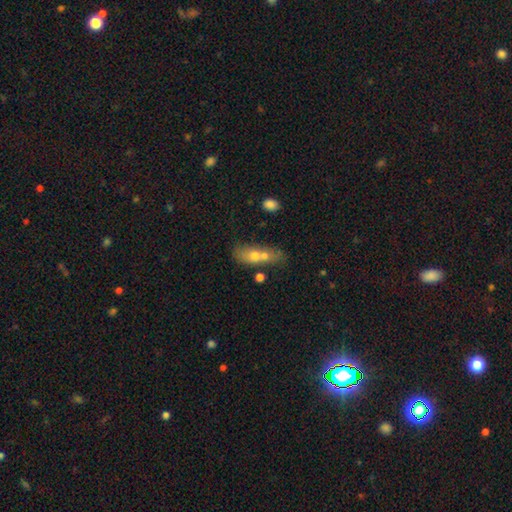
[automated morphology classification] This is possibly a smooth galaxy (59%). How rounded: possibly in between (54%). Merging: marginally merger (45%).